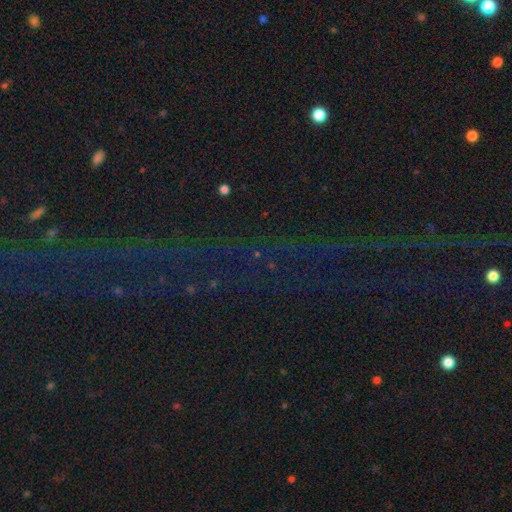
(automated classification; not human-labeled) smooth_or_featured: star or artifact (p=0.79) [alt: featured or disk p=0.11]